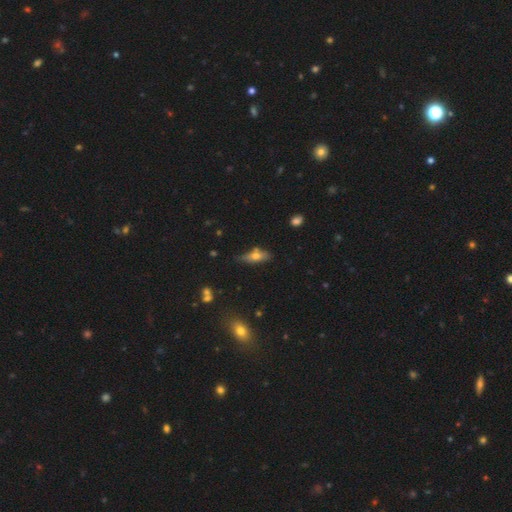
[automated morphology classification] Smooth or featured? smooth (57%)
How rounded? in between (66%)
Merging? none (55%)